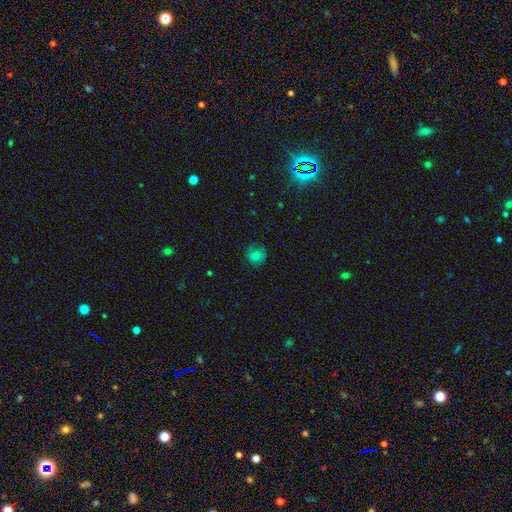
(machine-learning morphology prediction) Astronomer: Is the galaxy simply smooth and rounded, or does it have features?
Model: smooth — 78%.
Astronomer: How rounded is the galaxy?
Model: round — 87%.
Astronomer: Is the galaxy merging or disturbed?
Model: none — 78%.